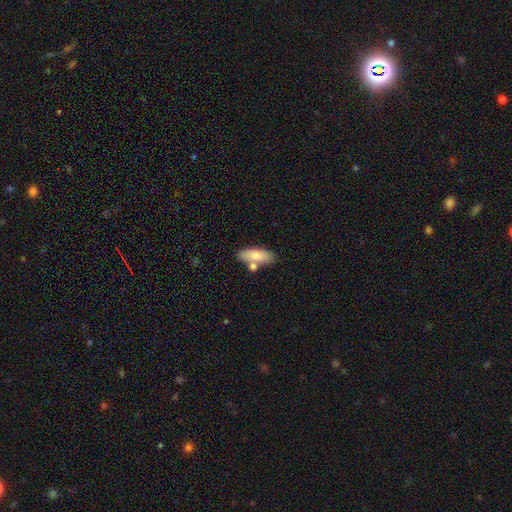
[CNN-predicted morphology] Overall: smooth (79%). How rounded: in between (72%). Merging: none (65%).